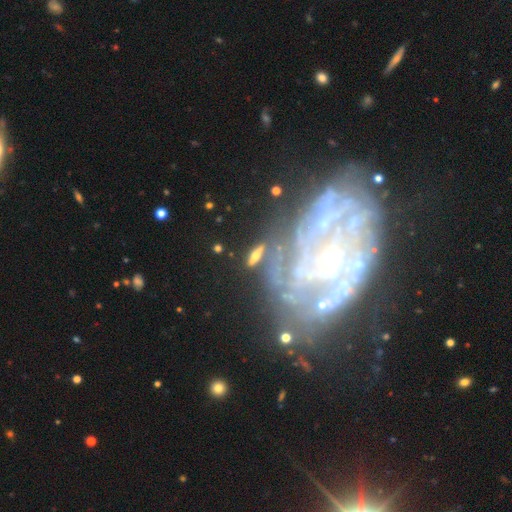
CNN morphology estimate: smooth-or-featured: smooth: 44% (tied) | featured or disk: 44% (tied) | star or artifact: 11%
  merging: none: 71% | minor disturbance: 15% | merger: 7% | major disturbance: 7%